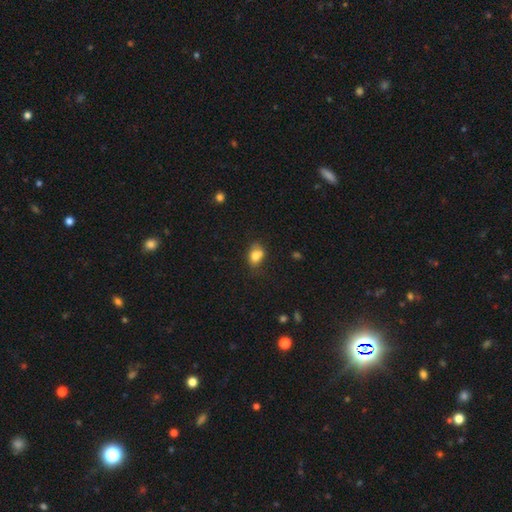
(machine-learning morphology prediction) A smooth galaxy with no disk features (77%) that is in between round and cigar-shaped (72%).

Vote fractions:
- Smooth or featured? smooth: 77% / featured or disk: 13% / star or artifact: 10%
- How rounded? in between: 72% / round: 26% / cigar-shaped: 2%
- Merging? none: 49% / minor disturbance: 27% / merger: 16% / major disturbance: 8%